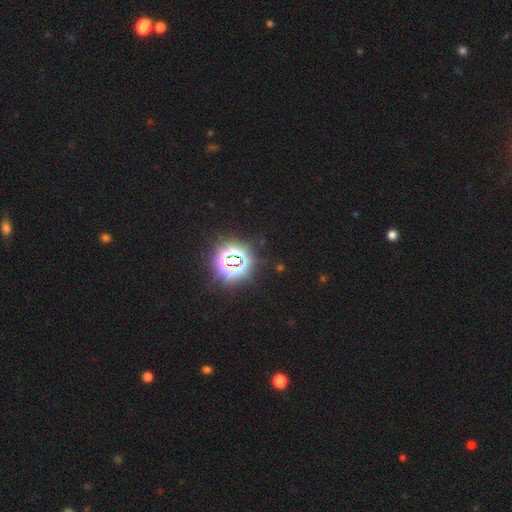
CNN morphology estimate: The model was most divided on "smooth or featured": star or artifact: 86%, smooth: 9%, featured or disk: 5%.